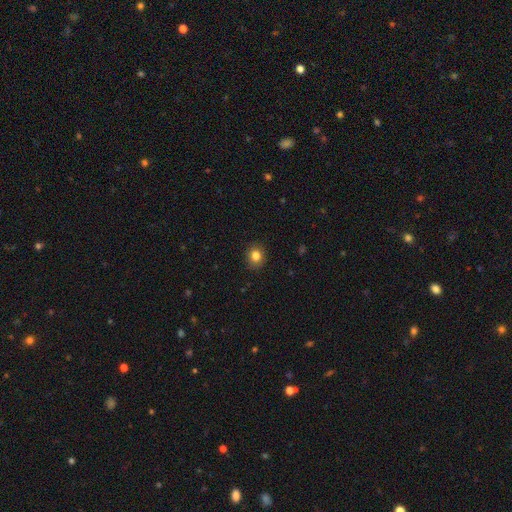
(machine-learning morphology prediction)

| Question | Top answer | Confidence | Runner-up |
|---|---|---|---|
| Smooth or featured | smooth | 84% | star or artifact (10%) |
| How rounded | round | 69% | in between (30%) |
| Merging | none | 88% | minor disturbance (9%) |